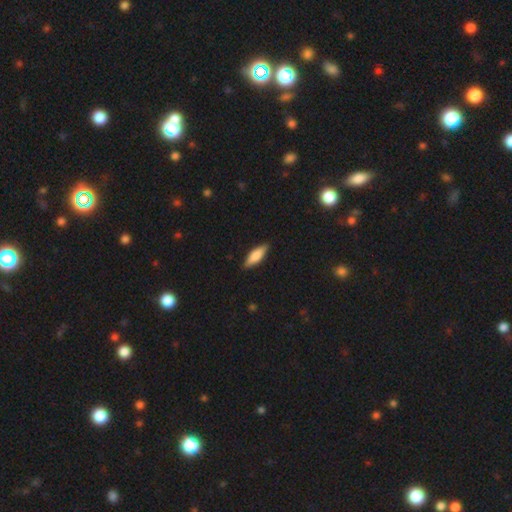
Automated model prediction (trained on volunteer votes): The model was most divided on "how rounded" (2-way tie): cigar-shaped: 49%, in between: 49%, round: 2%. More confident: merging — none (88%); smooth or featured — smooth (70%).